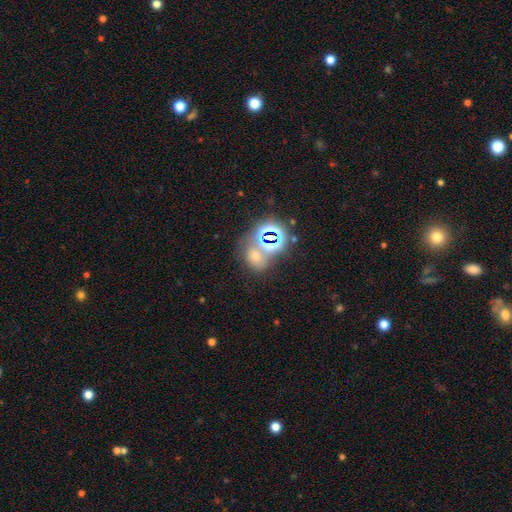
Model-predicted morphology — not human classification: smooth-or-featured: star or artifact: 51% | smooth: 35% | featured or disk: 14%